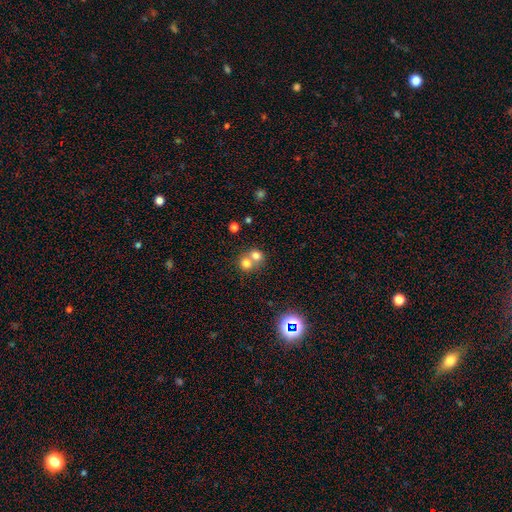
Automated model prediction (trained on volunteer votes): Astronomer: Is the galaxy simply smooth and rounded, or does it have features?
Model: smooth — 74%.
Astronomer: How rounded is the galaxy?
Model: round — 77%.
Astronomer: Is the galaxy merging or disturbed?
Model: merger — 62%.